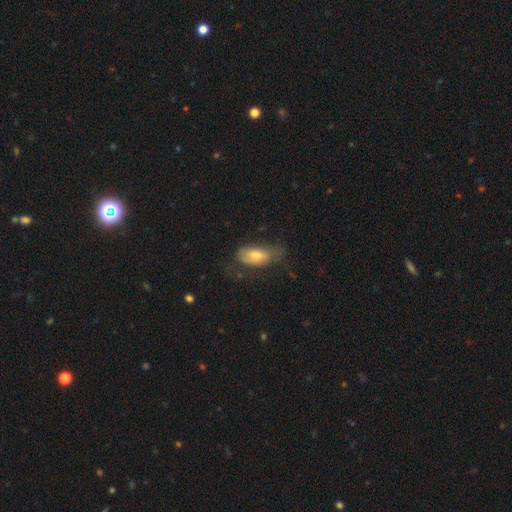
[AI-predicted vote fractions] Overall: smooth (65%; featured or disk 27%). How rounded: in between (88%). Merging: none (45%; minor disturbance 32%).